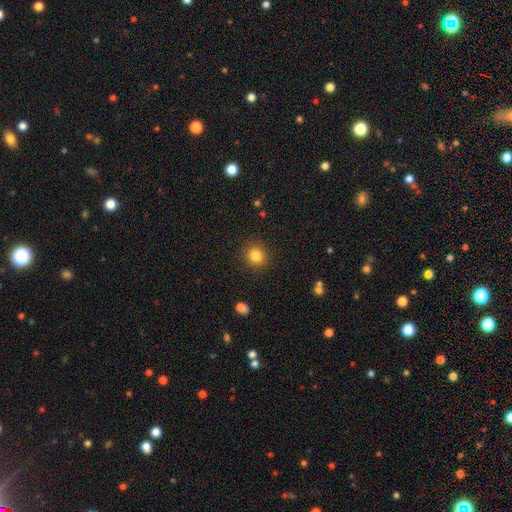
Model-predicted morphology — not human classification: This is clearly a smooth galaxy (83%). How rounded: clearly round (89%). Merging: clearly none (90%).